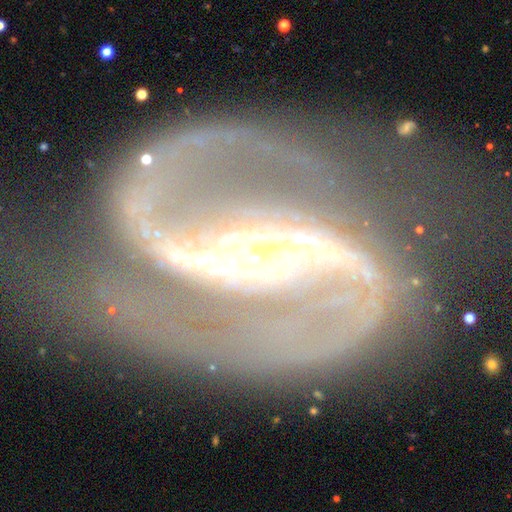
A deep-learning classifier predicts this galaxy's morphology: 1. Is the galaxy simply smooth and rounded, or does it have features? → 93% featured or disk, 4% star or artifact, 2% smooth.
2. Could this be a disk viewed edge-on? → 98% no, 2% yes.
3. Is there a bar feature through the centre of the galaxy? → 60% strong, 27% weak, 12% no.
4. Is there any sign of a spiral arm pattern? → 98% yes, 2% no.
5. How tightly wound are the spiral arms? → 57% medium, 29% loose, 14% tight.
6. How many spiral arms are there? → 94% 2, 1% can't tell, 1% 3, 1% 1, 1% 4, 1% more than 4.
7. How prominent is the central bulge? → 67% small, 26% moderate, 3% large, 3% none, 1% dominant.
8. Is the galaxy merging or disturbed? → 62% none, 20% minor disturbance, 15% major disturbance, 3% merger.